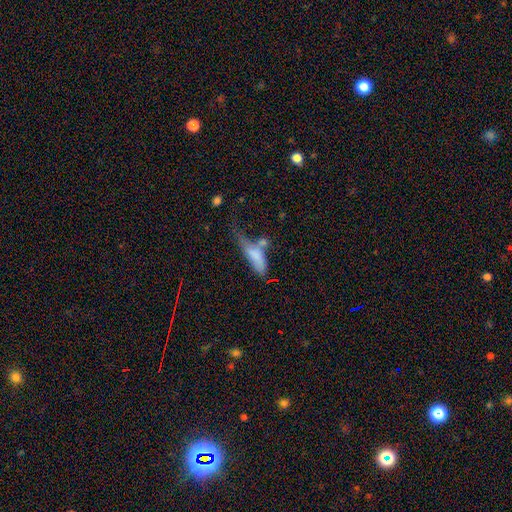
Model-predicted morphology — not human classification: This appears to be a smooth galaxy with no disk features (69%) that is in between round and cigar-shaped (64%). Merging: major disturbance (30%).